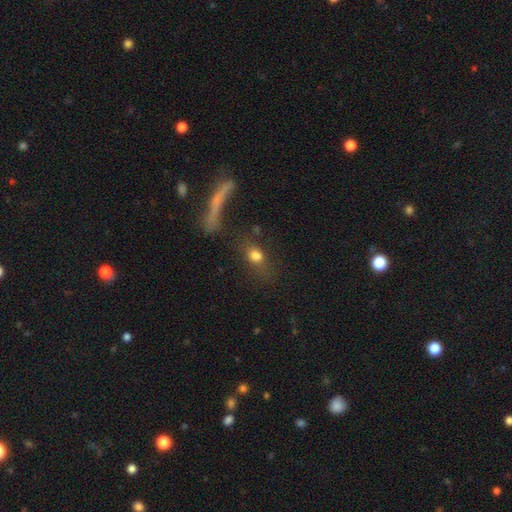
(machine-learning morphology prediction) Smooth or featured? Predicted: smooth (p=0.69). How rounded? Predicted: in between (p=0.45). Merging? Predicted: none (p=0.52).